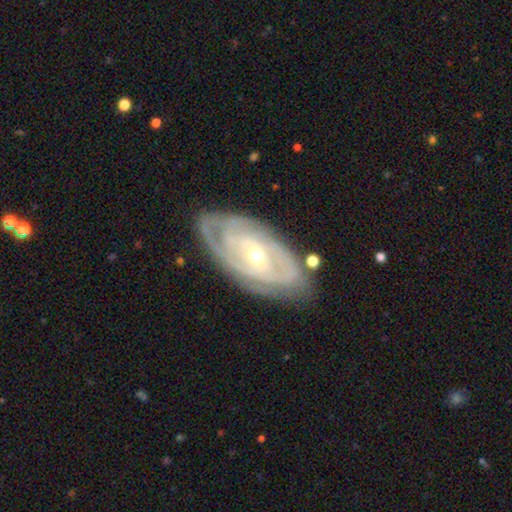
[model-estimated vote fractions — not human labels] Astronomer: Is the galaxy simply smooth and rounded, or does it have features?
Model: featured or disk — 84%.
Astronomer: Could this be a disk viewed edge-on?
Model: no — 92%.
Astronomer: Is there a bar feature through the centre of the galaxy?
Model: no — 49% (runner-up: weak, 35%).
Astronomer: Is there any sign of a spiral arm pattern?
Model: yes — 90%.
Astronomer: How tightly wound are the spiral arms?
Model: tight — 75%.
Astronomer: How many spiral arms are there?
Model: can't tell — 39% (runner-up: 2, 24%).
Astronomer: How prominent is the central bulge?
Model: small — 52% (runner-up: moderate, 45%).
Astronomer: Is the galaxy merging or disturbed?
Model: none — 77%.